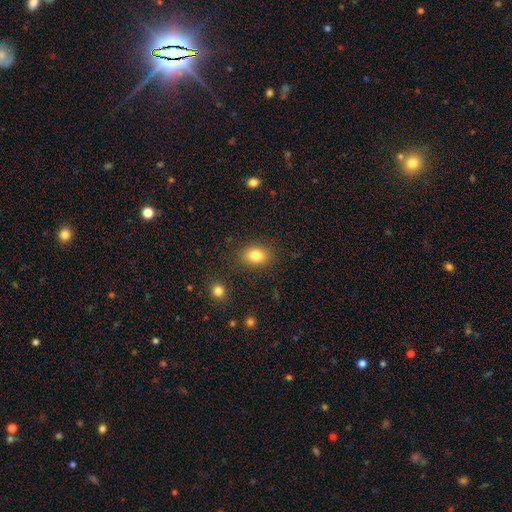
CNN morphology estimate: The model was most divided on "how rounded": in between: 73%, round: 26%, cigar-shaped: 1%. More confident: merging — none (84%); smooth or featured — smooth (83%).